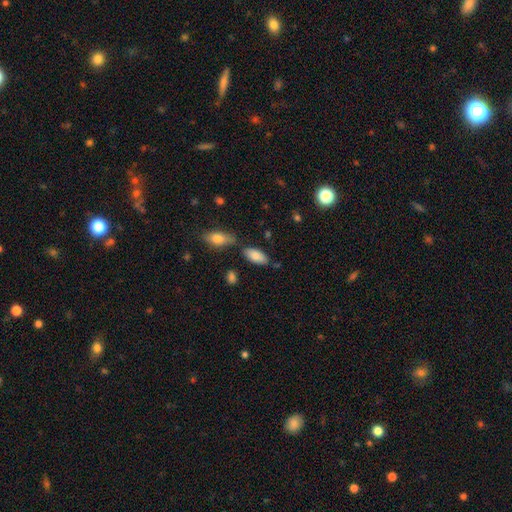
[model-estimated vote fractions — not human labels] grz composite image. It shows a smooth galaxy with no disk features (83%) that is in between round and cigar-shaped (90%). Merging: none (73%).